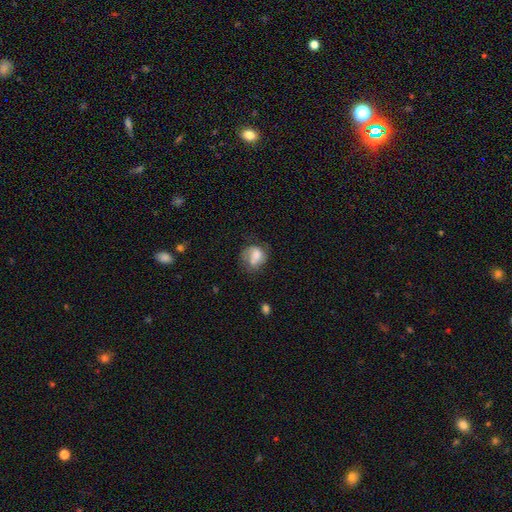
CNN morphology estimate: smooth 63%, featured or disk 28%, star or artifact 9%. Down the decision tree: how rounded — round (55%); merging — none (41%).